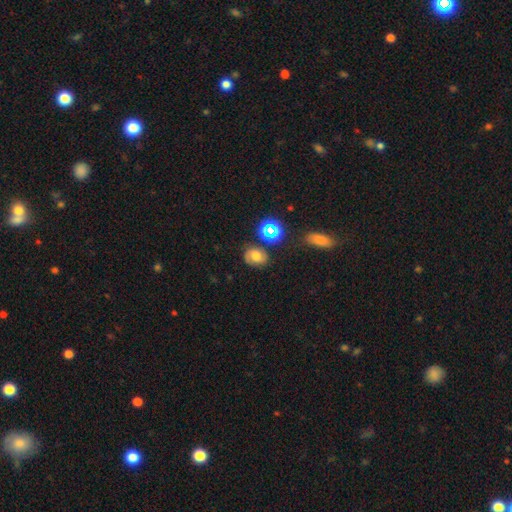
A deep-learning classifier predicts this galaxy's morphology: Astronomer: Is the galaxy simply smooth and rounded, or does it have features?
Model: smooth — 47% (runner-up: featured or disk, 35%).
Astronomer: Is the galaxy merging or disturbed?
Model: none — 72%.